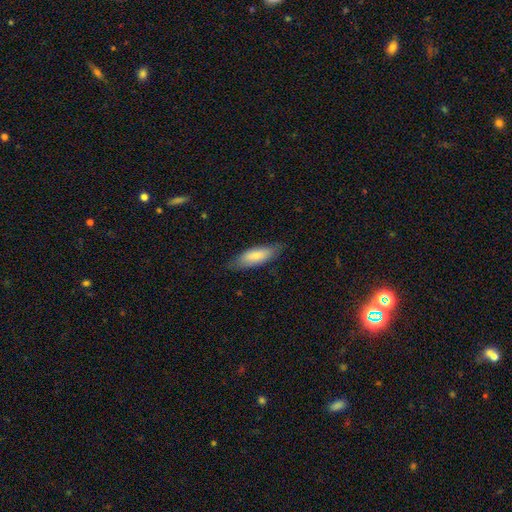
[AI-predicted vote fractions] Smooth or featured: smooth — 80% (featured or disk — 15%)
How rounded: in between — 63% (cigar-shaped — 36%)
Merging: none — 78% (minor disturbance — 17%)